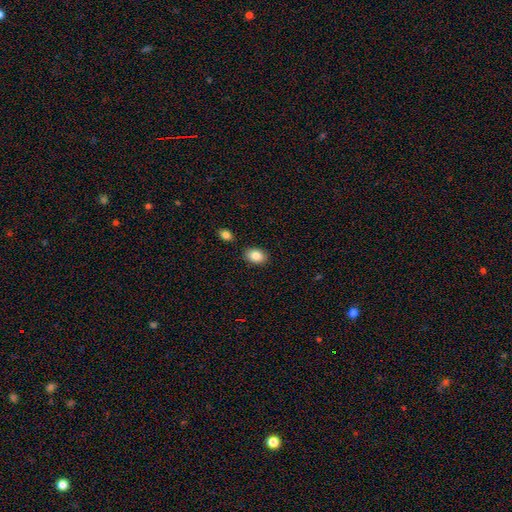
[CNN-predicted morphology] Smooth or featured: smooth — 85% (star or artifact — 8%)
How rounded: in between — 77% (round — 22%)
Merging: none — 86% (minor disturbance — 9%)